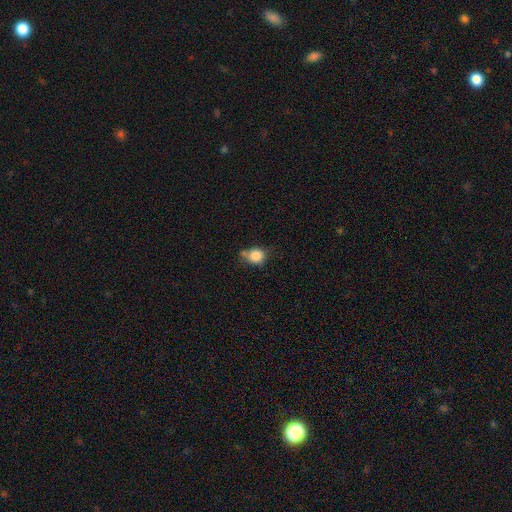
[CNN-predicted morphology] This appears to be a smooth galaxy with no disk features (83%) that is round (75%). Merging: none (48%).